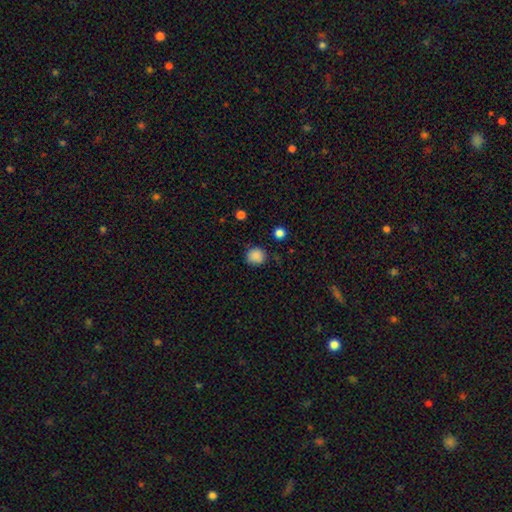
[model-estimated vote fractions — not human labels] The model was most divided on "merging": none: 80%, minor disturbance: 15%, major disturbance: 3%, merger: 2%. More confident: how rounded — round (86%); smooth or featured — smooth (86%).